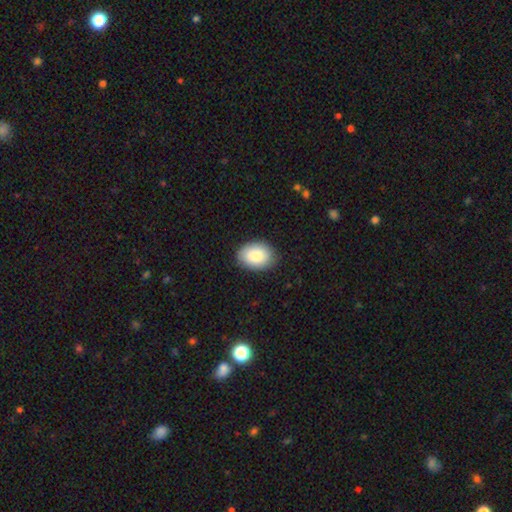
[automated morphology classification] This appears to be a smooth galaxy with no disk features (85%) that is in between round and cigar-shaped (76%). Merging: none (85%).